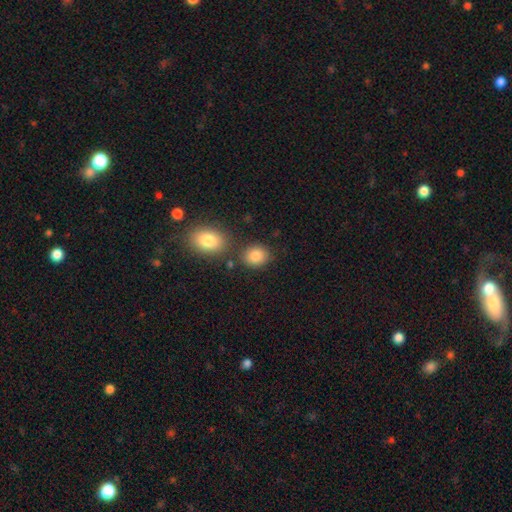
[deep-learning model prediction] Smooth or featured: smooth — 85% (star or artifact — 9%)
How rounded: round — 58% (in between — 41%)
Merging: none — 76% (minor disturbance — 11%)